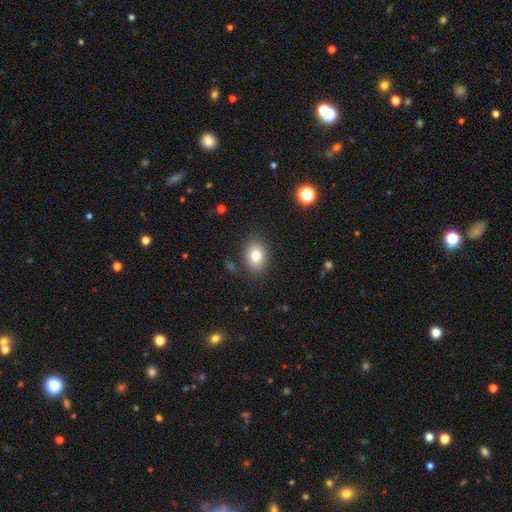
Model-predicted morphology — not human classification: Smooth or featured?
  - smooth: 81% *
  - featured or disk: 10%
  - star or artifact: 9%
How rounded?
  - in between: 71% *
  - round: 28%
  - cigar-shaped: 1%
Merging?
  - none: 85% *
  - minor disturbance: 10%
  - major disturbance: 3%
  - merger: 2%